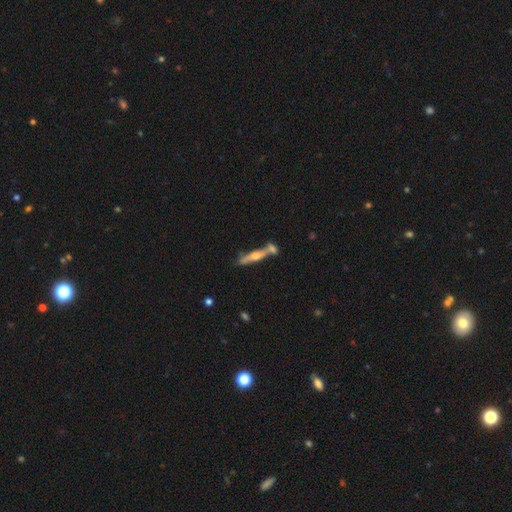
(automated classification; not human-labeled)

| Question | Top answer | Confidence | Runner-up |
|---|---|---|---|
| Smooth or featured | featured or disk | 66% | smooth (27%) |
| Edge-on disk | yes | 92% | no (8%) |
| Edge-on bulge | rounded | 89% | none (6%) |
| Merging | none | 55% | merger (28%) |